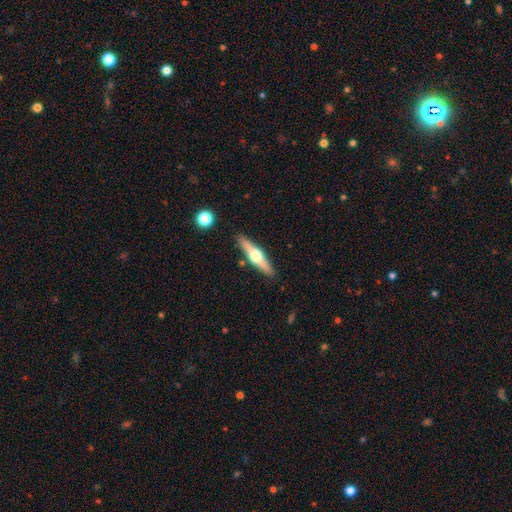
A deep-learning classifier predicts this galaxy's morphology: Smooth or featured?
  - featured or disk: 62% *
  - smooth: 33%
  - star or artifact: 5%
Edge-on disk?
  - yes: 96% *
  - no: 4%
Edge-on bulge?
  - rounded: 95% *
  - boxy: 3%
  - none: 2%
Merging?
  - none: 88% *
  - minor disturbance: 8%
  - merger: 2%
  - major disturbance: 2%